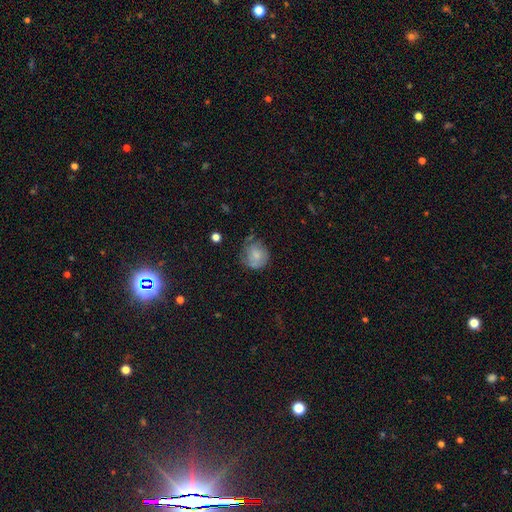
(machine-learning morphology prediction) Smooth or featured? smooth (66%)
How rounded? round (82%)
Merging? none (54%)